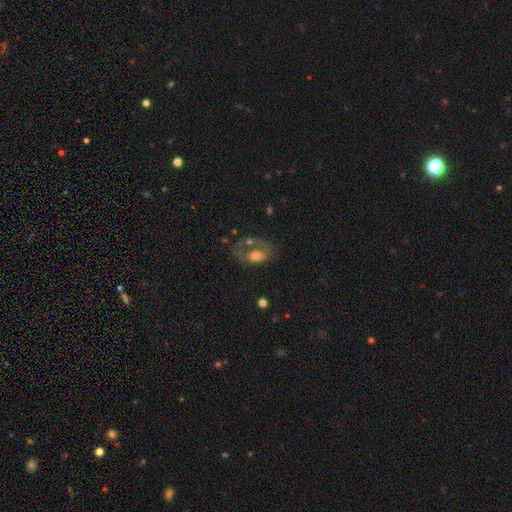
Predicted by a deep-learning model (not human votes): This appears to be a featured or disk galaxy (51%). Merging: major disturbance (41%).